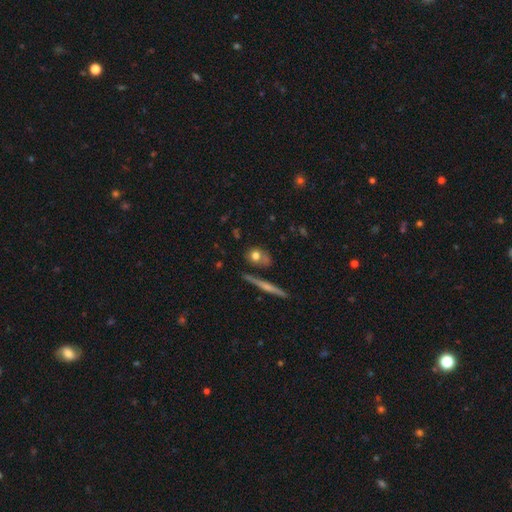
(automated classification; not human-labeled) Smooth or featured?
  - smooth: 71% *
  - featured or disk: 20%
  - star or artifact: 10%
How rounded?
  - round: 64% *
  - in between: 28%
  - cigar-shaped: 8%
Merging?
  - none: 64% *
  - minor disturbance: 15%
  - merger: 15%
  - major disturbance: 6%